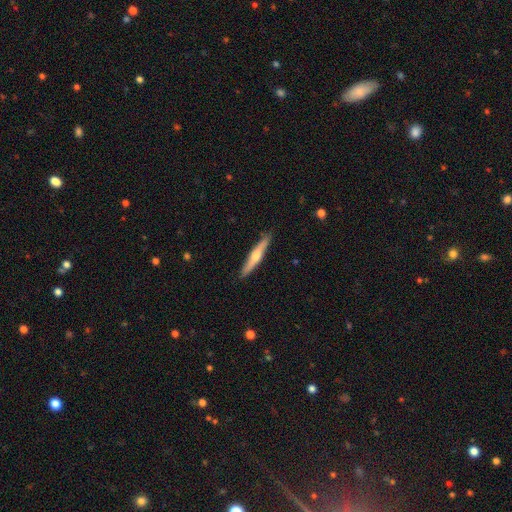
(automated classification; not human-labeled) Morphology: type=featured or disk (59%); edge-on=yes (97%); edge-on bulge=rounded (88%); merging=none (90%).